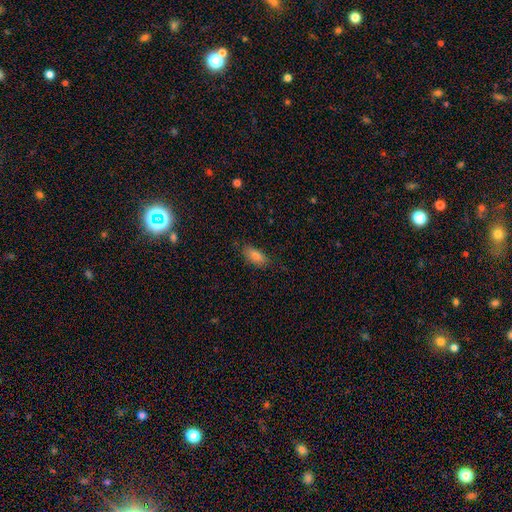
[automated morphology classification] Smooth or featured? smooth (79%)
How rounded? in between (87%)
Merging? none (82%)